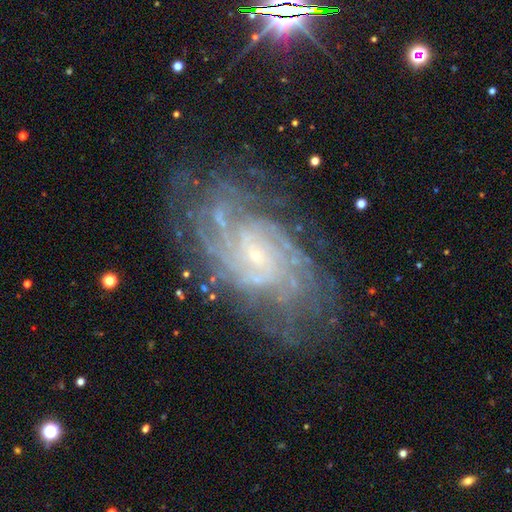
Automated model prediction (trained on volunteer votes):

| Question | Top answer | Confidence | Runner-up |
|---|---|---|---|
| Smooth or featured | featured or disk | 88% | star or artifact (7%) |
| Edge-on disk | no | 96% | yes (4%) |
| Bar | no | 61% | weak (31%) |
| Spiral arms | yes | 97% | no (3%) |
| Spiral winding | tight | 69% | medium (26%) |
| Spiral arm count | can't tell | 32% | 4 (19%) |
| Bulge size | small | 85% | moderate (9%) |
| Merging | none | 72% | minor disturbance (17%) |